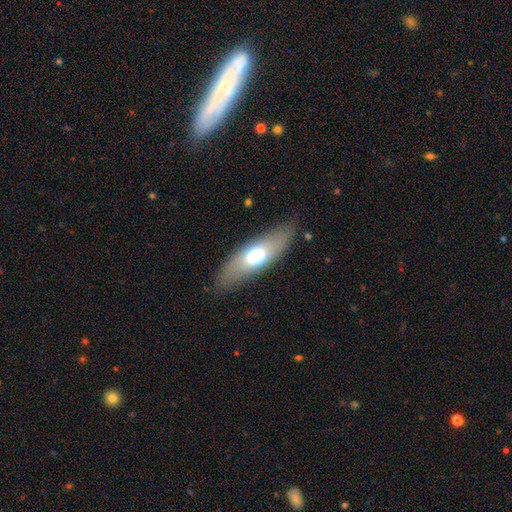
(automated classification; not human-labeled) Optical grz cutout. It shows a smooth galaxy with no disk features (63%) that is in between round and cigar-shaped (63%). Merging: none (83%).